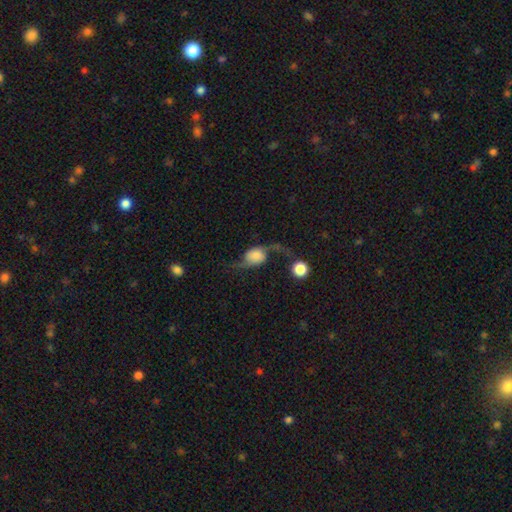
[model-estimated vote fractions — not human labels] Overall: featured or disk (66%; smooth 26%). Edge-on disk: no (92%). Bar: no (69%). Spiral arms: yes (91%). Spiral arm count: 2 (91%). Spiral winding: loose (91%). Bulge size: large (27%; dominant 23%). Merging: none (40%; major disturbance 30%).